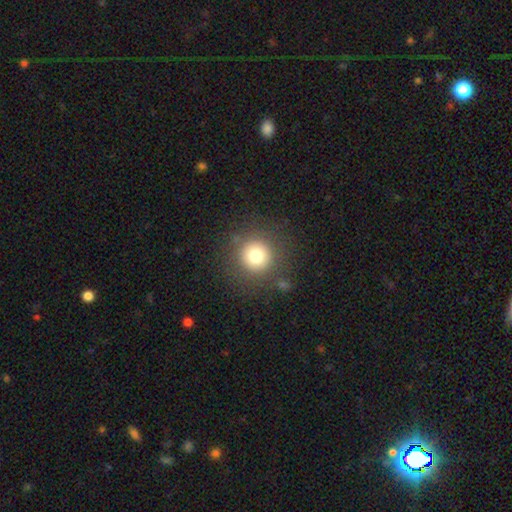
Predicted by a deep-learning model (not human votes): Smooth or featured?
  - smooth: 77% *
  - star or artifact: 13%
  - featured or disk: 10%
How rounded?
  - round: 95% *
  - in between: 4%
  - cigar-shaped: 1%
Merging?
  - none: 86% *
  - minor disturbance: 8%
  - major disturbance: 4%
  - merger: 2%